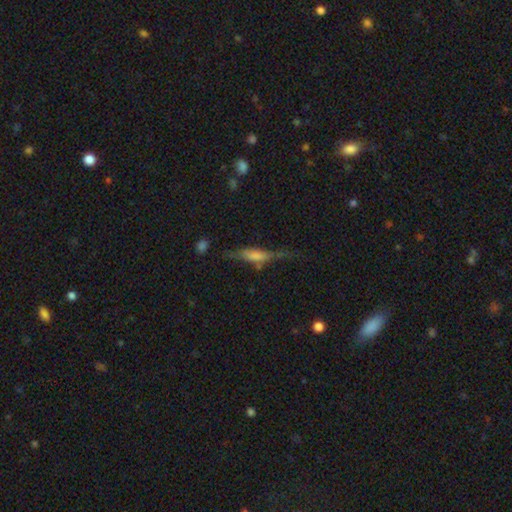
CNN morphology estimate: Overall: featured or disk (49%; smooth 43%). Merging: none (51%; minor disturbance 26%).